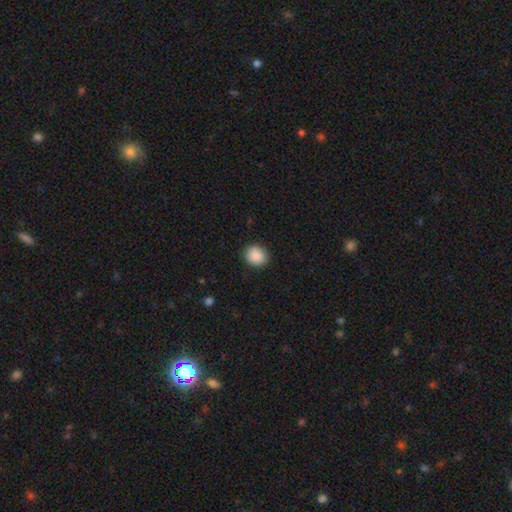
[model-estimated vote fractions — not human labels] smooth-or-featured: smooth: 90% | star or artifact: 8% | featured or disk: 3%
  how-rounded: round: 76% | in between: 23% | cigar-shaped: 1%
  merging: none: 90% | minor disturbance: 7% | major disturbance: 2% | merger: 1%